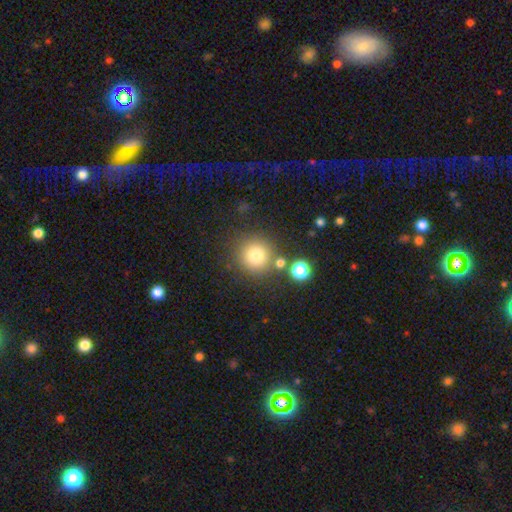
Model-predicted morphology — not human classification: A smooth galaxy with no disk features (77%) that is round (93%).

Vote fractions:
- Smooth or featured? smooth: 77% / star or artifact: 14% / featured or disk: 9%
- How rounded? round: 93% / in between: 6% / cigar-shaped: 1%
- Merging? none: 76% / merger: 11% / minor disturbance: 9% / major disturbance: 4%